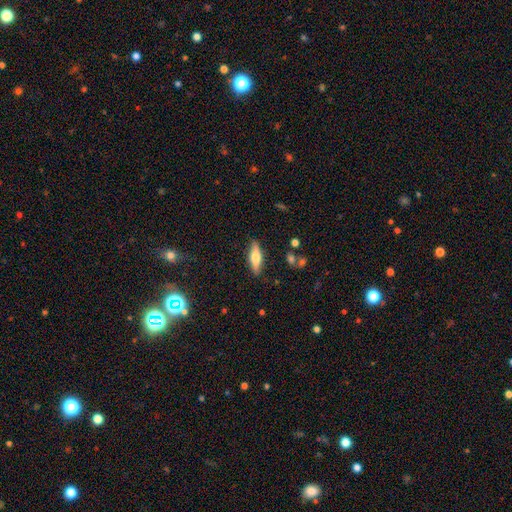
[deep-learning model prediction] Overall: smooth (50%; featured or disk 43%). Merging: none (86%).